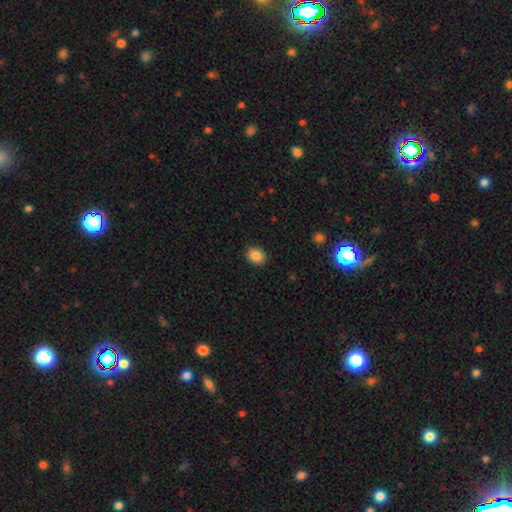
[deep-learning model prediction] smooth_or_featured: smooth (p=0.88) [alt: star or artifact p=0.09]
how_rounded: in between (p=0.55) [alt: round p=0.44]
merging: none (p=0.89) [alt: minor disturbance p=0.08]